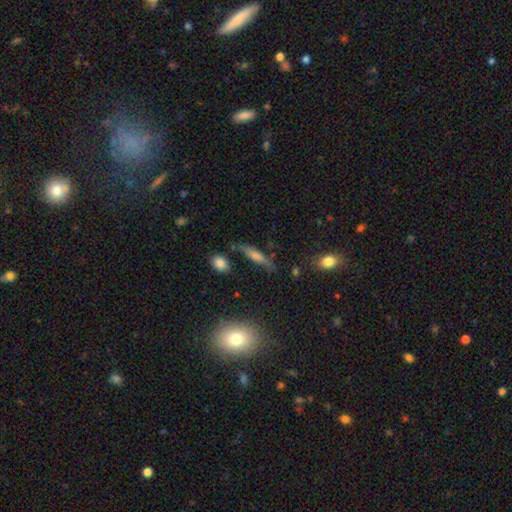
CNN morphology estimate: Q: Smooth or featured?
A: smooth (49%); runner-up: featured or disk (40%)
Q: Merging?
A: none (74%); runner-up: minor disturbance (17%)